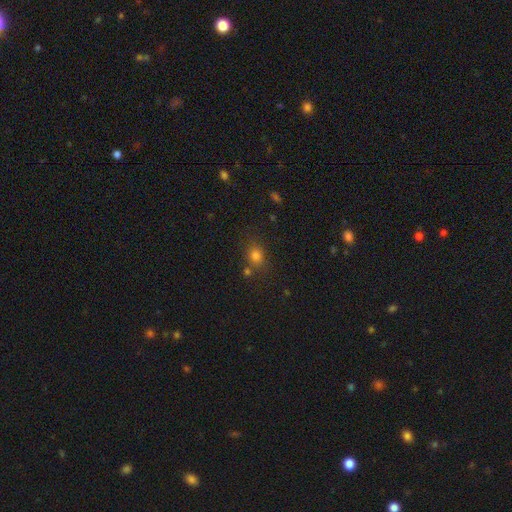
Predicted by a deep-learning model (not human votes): Smooth or featured?
  - smooth: 77% *
  - star or artifact: 16%
  - featured or disk: 8%
How rounded?
  - round: 63% *
  - in between: 36%
  - cigar-shaped: 1%
Merging?
  - none: 69% *
  - minor disturbance: 13%
  - merger: 13%
  - major disturbance: 5%